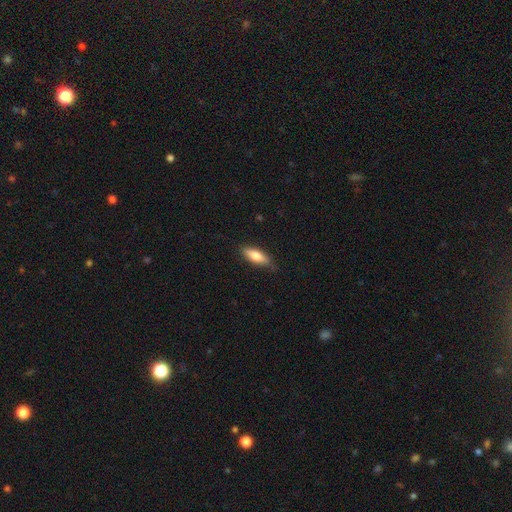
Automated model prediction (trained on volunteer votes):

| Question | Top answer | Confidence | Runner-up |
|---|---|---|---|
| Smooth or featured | smooth | 75% | featured or disk (19%) |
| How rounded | in between | 64% | cigar-shaped (34%) |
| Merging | none | 77% | minor disturbance (18%) |